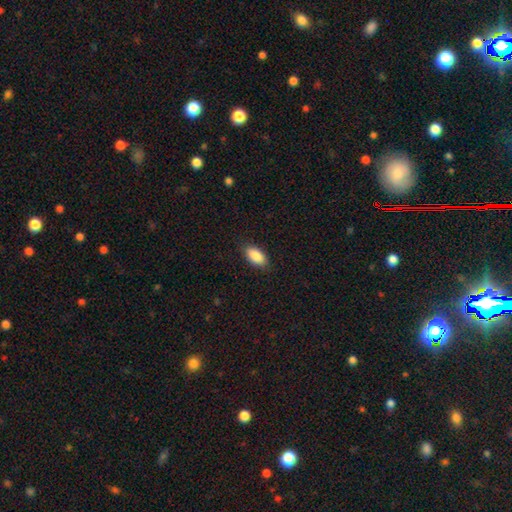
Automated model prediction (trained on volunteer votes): smooth-or-featured: smooth: 89% | star or artifact: 7% | featured or disk: 5%
  how-rounded: in between: 93% | cigar-shaped: 4% | round: 3%
  merging: none: 87% | minor disturbance: 10% | major disturbance: 2% | merger: 1%